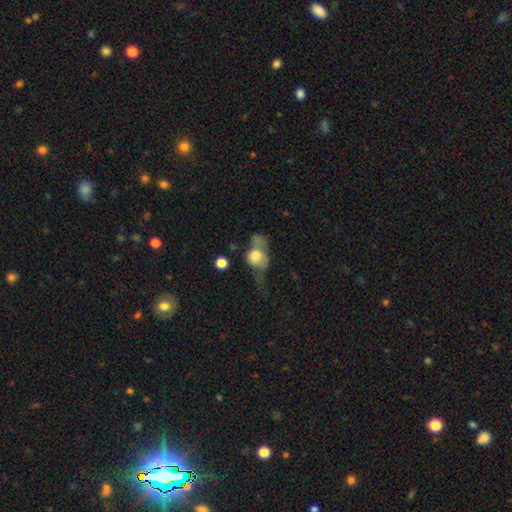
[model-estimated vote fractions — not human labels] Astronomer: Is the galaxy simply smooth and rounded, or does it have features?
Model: smooth — 62%.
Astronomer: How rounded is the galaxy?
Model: in between — 52% (runner-up: round, 45%).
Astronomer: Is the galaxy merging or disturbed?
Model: major disturbance — 48%.